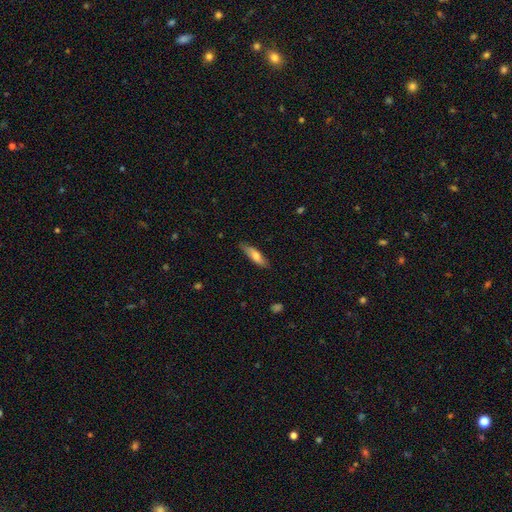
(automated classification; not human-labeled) Overall: smooth (65%; featured or disk 29%). How rounded: cigar-shaped (63%; in between 35%). Merging: none (82%).